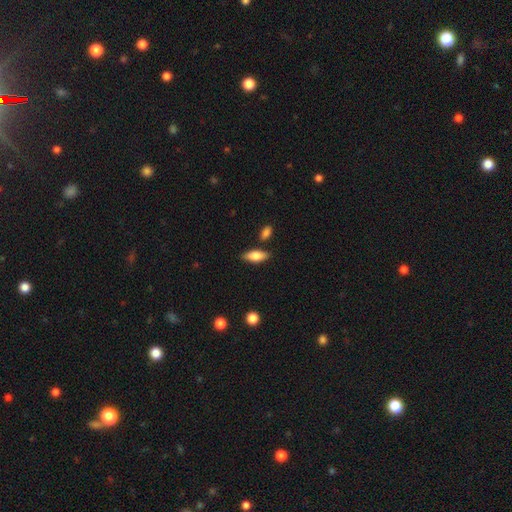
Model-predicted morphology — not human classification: smooth_or_featured: smooth (p=0.76) [alt: featured or disk p=0.18]
how_rounded: in between (p=0.77) [alt: cigar-shaped p=0.21]
merging: none (p=0.82) [alt: minor disturbance p=0.11]